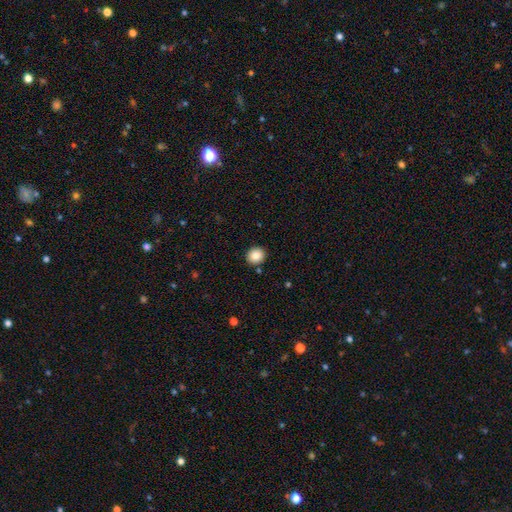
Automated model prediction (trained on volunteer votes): Q: Smooth or featured?
A: smooth (86%); runner-up: star or artifact (9%)
Q: How rounded?
A: round (87%); runner-up: in between (13%)
Q: Merging?
A: none (89%); runner-up: minor disturbance (6%)